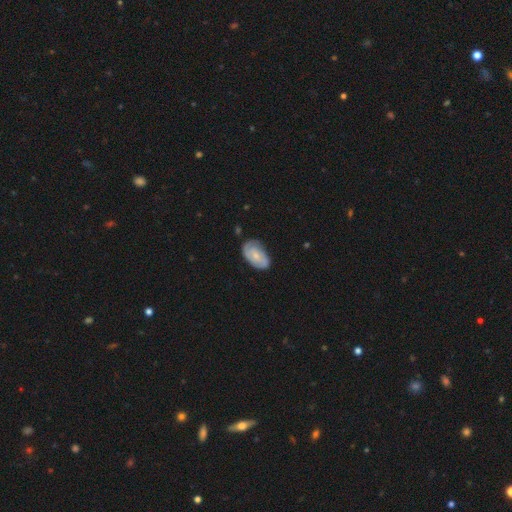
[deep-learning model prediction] Smooth or featured? featured or disk (56%)
Edge-on disk? no (95%)
Bar? no (72%)
Spiral arms? yes (80%)
Bulge size? small (62%)
Merging? none (66%)